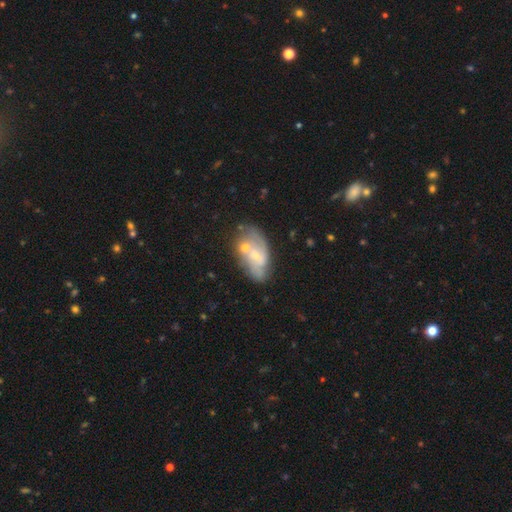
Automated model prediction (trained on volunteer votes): Overall: featured or disk (62%; smooth 30%). Edge-on disk: no (94%). Bar: no (61%; weak 32%). Spiral arms: yes (68%; no 32%). Bulge size: small (66%; moderate 27%). Merging: none (42%; merger 31%).